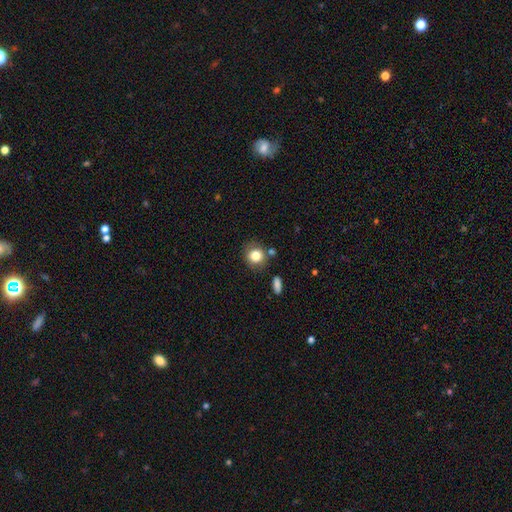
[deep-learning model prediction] A smooth galaxy with no disk features (81%) that is round (79%). Merging: none (75%).